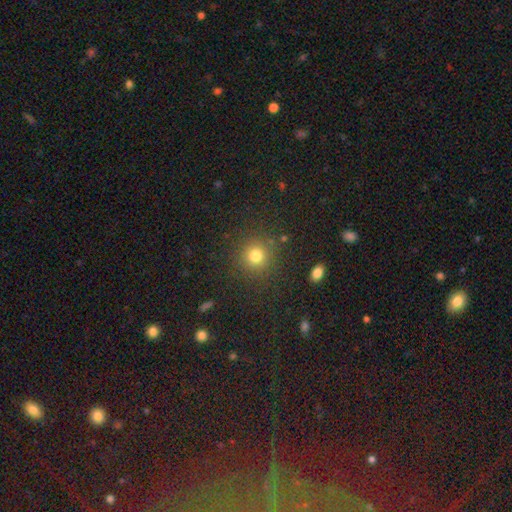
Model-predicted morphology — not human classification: The model was most divided on "smooth or featured": smooth: 78%, star or artifact: 15%, featured or disk: 6%. More confident: how rounded — round (92%); merging — none (87%).